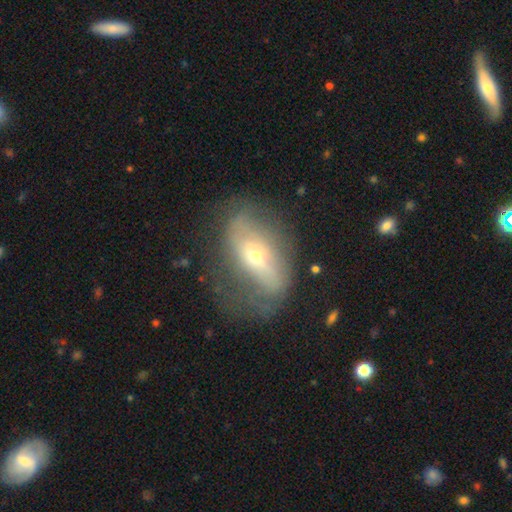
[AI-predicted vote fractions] A featured or disk galaxy (60%) with no bar (45%), no spiral arms (55%) and a small central bulge (54%).

Vote fractions:
- Smooth or featured? featured or disk: 60% / smooth: 30% / star or artifact: 9%
- Edge-on disk? no: 84% / yes: 16%
- Bar? no: 45% / strong: 30% / weak: 25%
- Spiral arms? no: 55% / yes: 45%
- Bulge size? small: 54% / moderate: 41% / large: 3% / dominant: 1% / none: 1%
- Merging? none: 54% / minor disturbance: 25% / major disturbance: 19% / merger: 2%